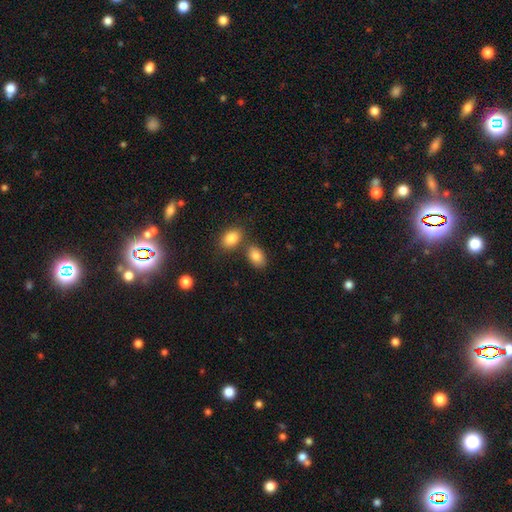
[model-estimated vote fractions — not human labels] Q: Smooth or featured?
A: smooth (85%); runner-up: star or artifact (8%)
Q: How rounded?
A: in between (87%); runner-up: round (12%)
Q: Merging?
A: none (62%); runner-up: merger (24%)